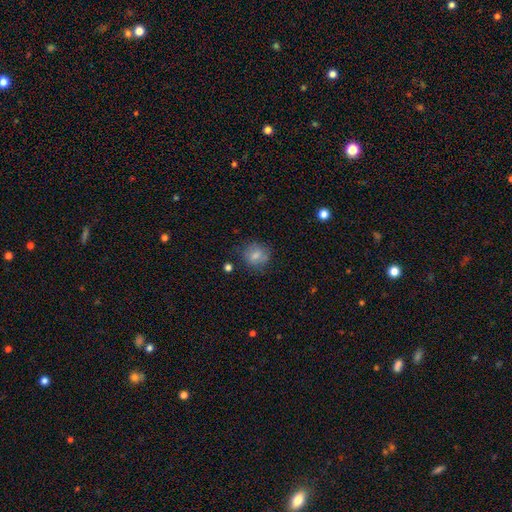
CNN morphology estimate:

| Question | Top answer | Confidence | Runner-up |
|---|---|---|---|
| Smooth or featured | smooth | 73% | featured or disk (17%) |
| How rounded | round | 73% | in between (26%) |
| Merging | none | 67% | minor disturbance (21%) |